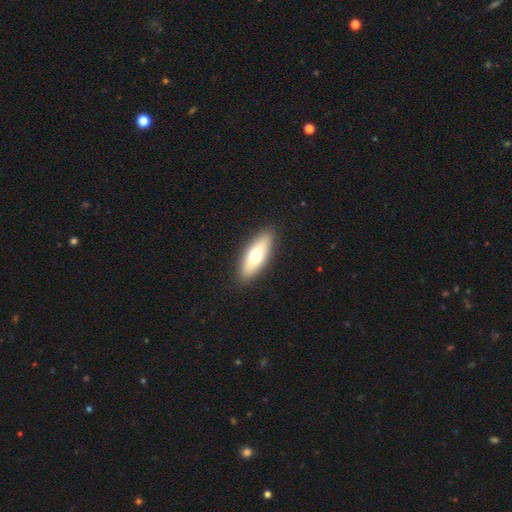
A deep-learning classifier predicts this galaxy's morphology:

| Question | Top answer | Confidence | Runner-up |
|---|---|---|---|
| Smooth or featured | smooth | 62% | featured or disk (31%) |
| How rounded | in between | 60% | cigar-shaped (37%) |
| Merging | none | 90% | minor disturbance (7%) |